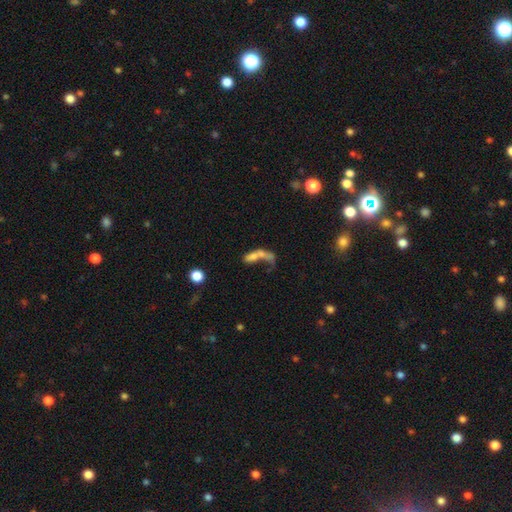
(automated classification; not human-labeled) Overall: smooth (52%; featured or disk 34%). How rounded: in between (60%; cigar-shaped 27%). Merging: merger (53%; major disturbance 23%).